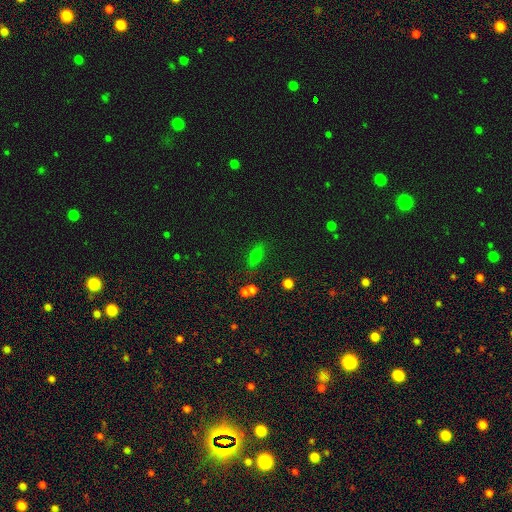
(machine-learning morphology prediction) Smooth or featured: smooth — 64% (star or artifact — 20%)
How rounded: in between — 65% (round — 19%)
Merging: none — 72% (minor disturbance — 14%)